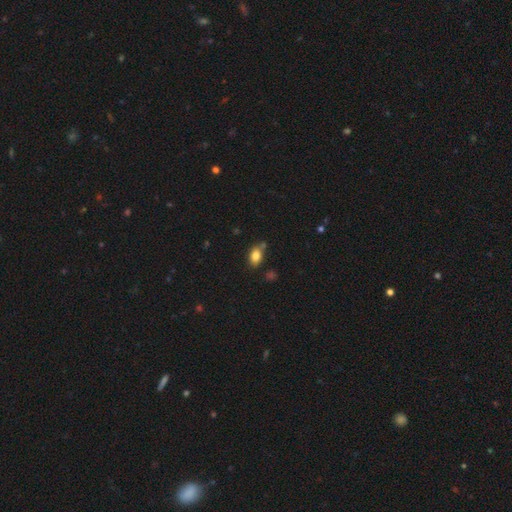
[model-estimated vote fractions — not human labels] This appears to be a smooth galaxy with no disk features (83%) that is in between round and cigar-shaped (85%). Merging: none (67%).